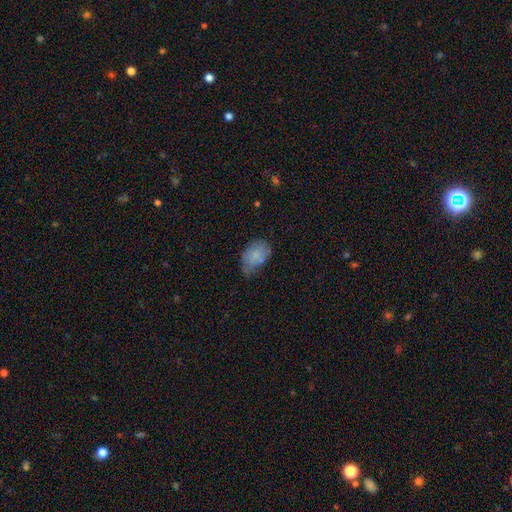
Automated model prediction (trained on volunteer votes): Smooth or featured?
  - smooth: 77% *
  - featured or disk: 15%
  - star or artifact: 9%
How rounded?
  - in between: 87% *
  - round: 11%
  - cigar-shaped: 1%
Merging?
  - none: 47% *
  - minor disturbance: 37%
  - major disturbance: 11%
  - merger: 5%